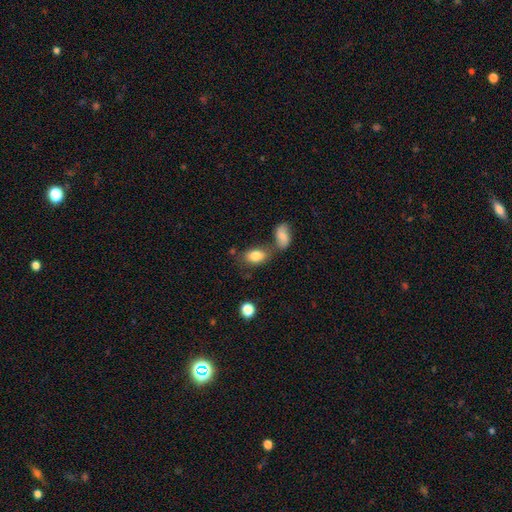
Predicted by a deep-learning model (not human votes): smooth-or-featured: smooth: 82% | featured or disk: 10% | star or artifact: 8%
  how-rounded: in between: 89% | round: 9% | cigar-shaped: 2%
  merging: none: 57% | merger: 22% | minor disturbance: 16% | major disturbance: 5%